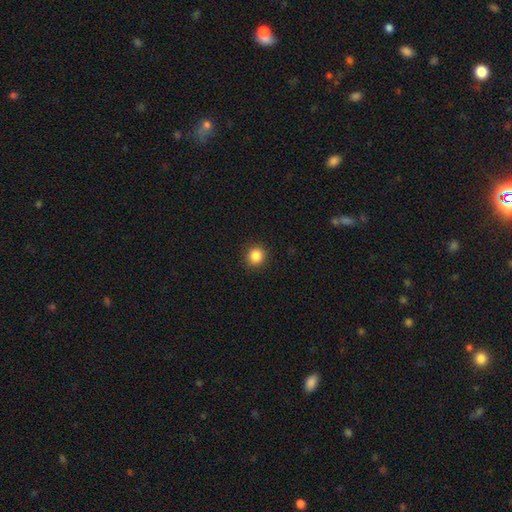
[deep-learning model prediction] smooth_or_featured: smooth (p=0.86) [alt: star or artifact p=0.11]
how_rounded: round (p=0.90) [alt: in between p=0.09]
merging: none (p=0.92) [alt: minor disturbance p=0.05]